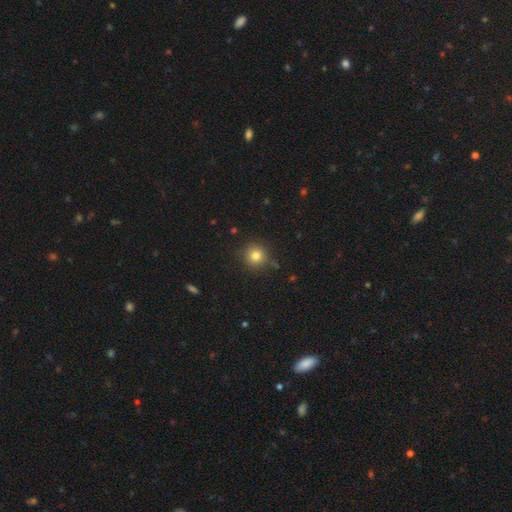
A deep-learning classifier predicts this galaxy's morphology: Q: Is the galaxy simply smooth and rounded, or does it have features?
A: smooth — 80%.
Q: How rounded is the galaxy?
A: round — 94%.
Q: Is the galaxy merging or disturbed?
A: none — 86%.